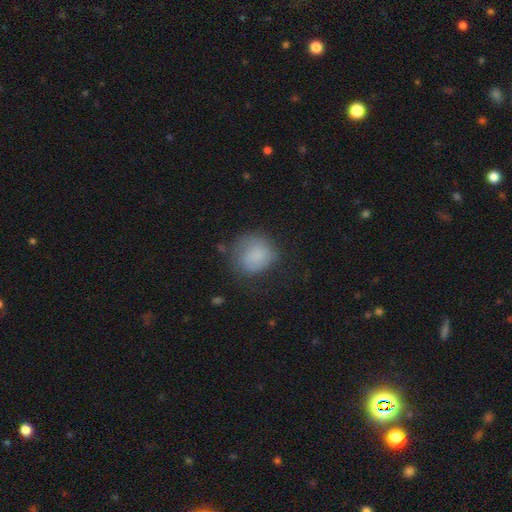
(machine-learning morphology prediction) This is likely a smooth galaxy (77%). How rounded: likely round (76%). Merging: possibly none (57%).